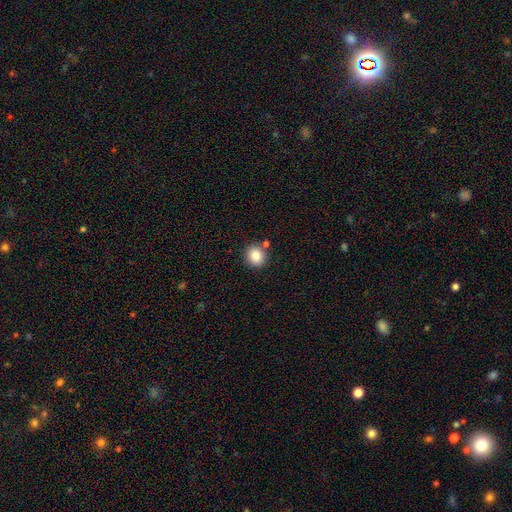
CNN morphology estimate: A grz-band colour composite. It shows a smooth galaxy with no disk features (85%) that is round (83%). Merging: none (82%).